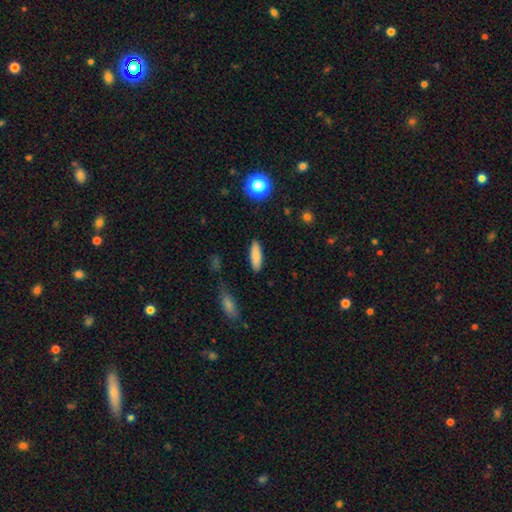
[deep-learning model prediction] A smooth galaxy with no disk features (86%) that is in between round and cigar-shaped (53%). Merging: none (88%).